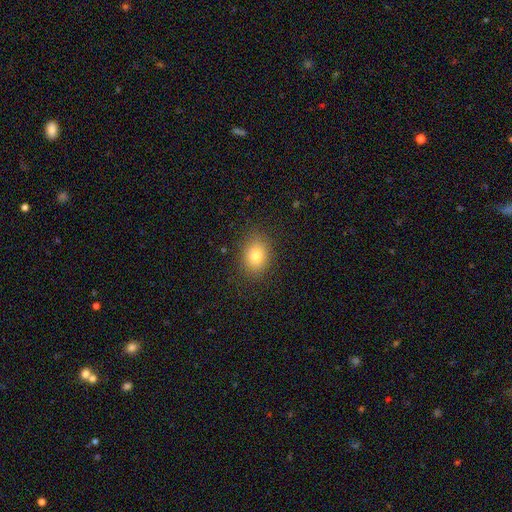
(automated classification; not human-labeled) Smooth or featured? Predicted: smooth (p=0.80). How rounded? Predicted: in between (p=0.67). Merging? Predicted: none (p=0.86).